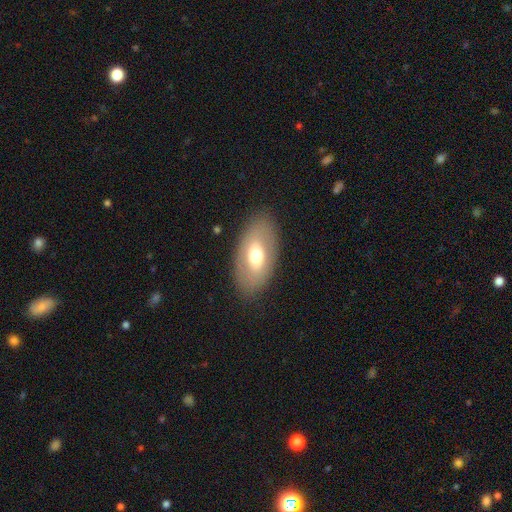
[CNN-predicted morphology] Smooth or featured? smooth (57%)
How rounded? in between (92%)
Merging? none (83%)